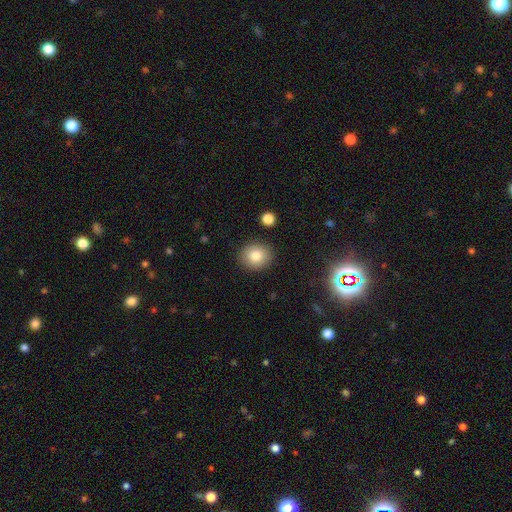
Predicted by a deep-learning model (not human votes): Smooth or featured? smooth (84%)
How rounded? round (74%)
Merging? none (88%)